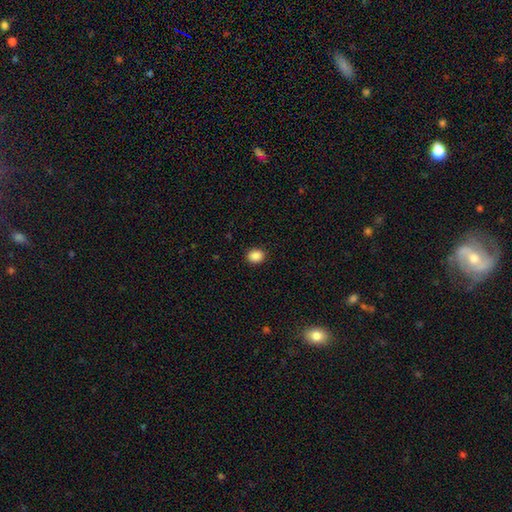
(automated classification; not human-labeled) A smooth galaxy with no disk features (88%) that is round (58%).

Vote fractions:
- Smooth or featured? smooth: 88% / star or artifact: 9% / featured or disk: 3%
- How rounded? round: 58% / in between: 41% / cigar-shaped: 1%
- Merging? none: 91% / minor disturbance: 6% / major disturbance: 2% / merger: 1%